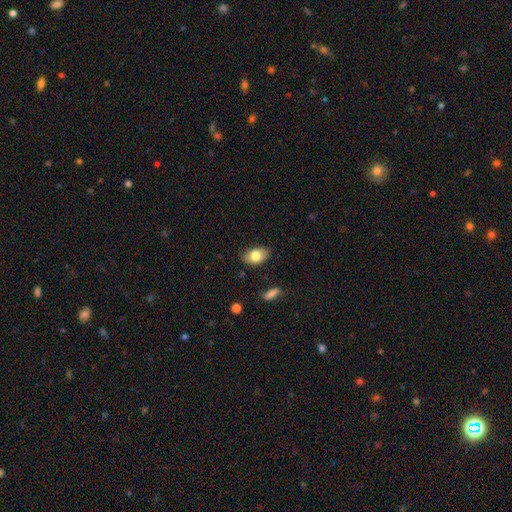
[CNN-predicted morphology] This appears to be a smooth galaxy with no disk features (79%) that is in between round and cigar-shaped (88%). Merging: none (82%).